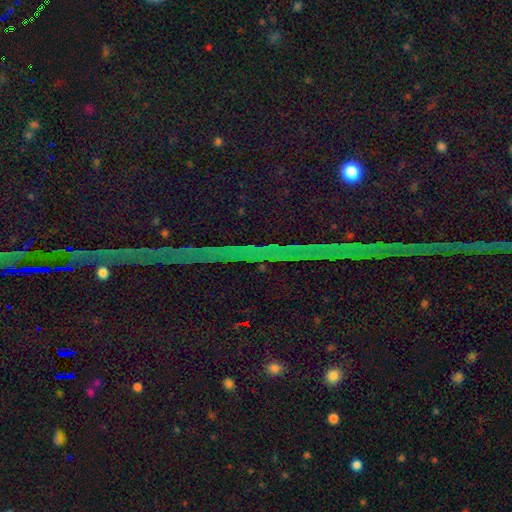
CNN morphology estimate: Smooth or featured? star or artifact (88%)